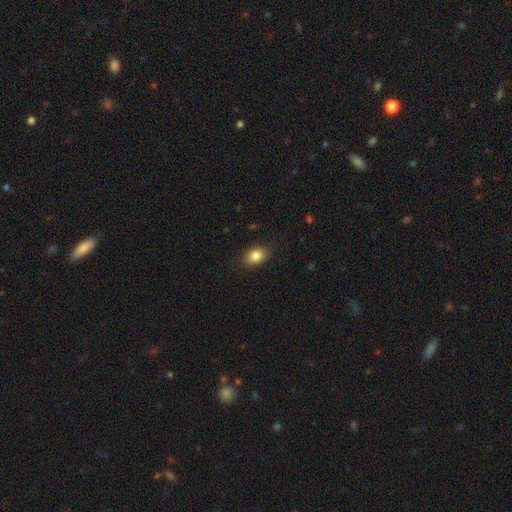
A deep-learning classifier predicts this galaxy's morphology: Smooth or featured? Predicted: smooth (p=0.83). How rounded? Predicted: in between (p=0.75). Merging? Predicted: none (p=0.86).